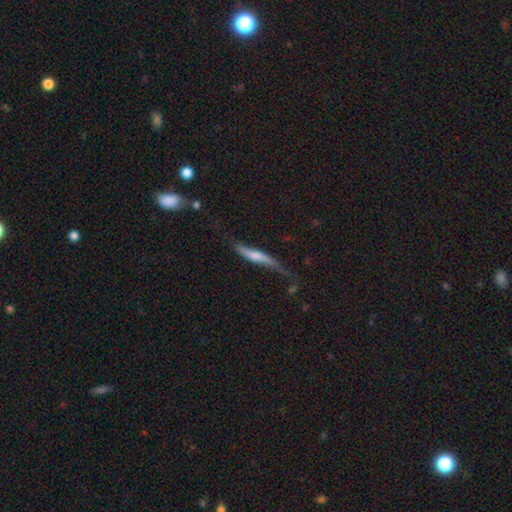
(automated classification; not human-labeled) Overall: smooth (55%; featured or disk 40%). How rounded: cigar-shaped (88%). Merging: none (42%; minor disturbance 33%).